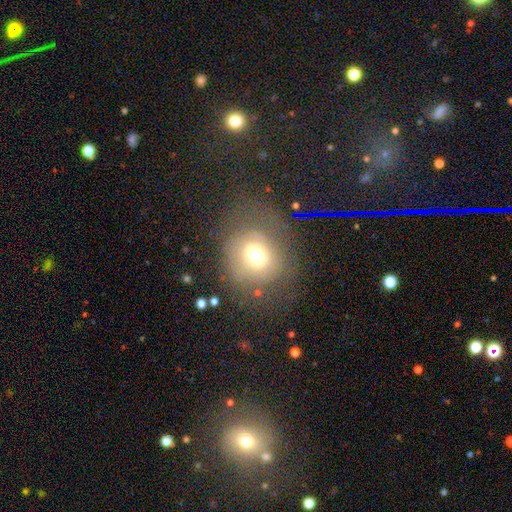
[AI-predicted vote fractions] This is likely a smooth galaxy (63%). How rounded: likely round (75%). Merging: possibly none (53%).